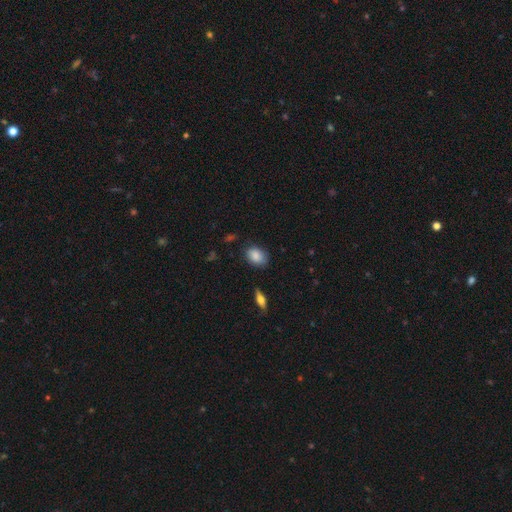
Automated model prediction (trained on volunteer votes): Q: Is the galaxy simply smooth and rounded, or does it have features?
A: smooth — 86%.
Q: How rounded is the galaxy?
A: in between — 77%.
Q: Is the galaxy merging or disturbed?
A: none — 76%.